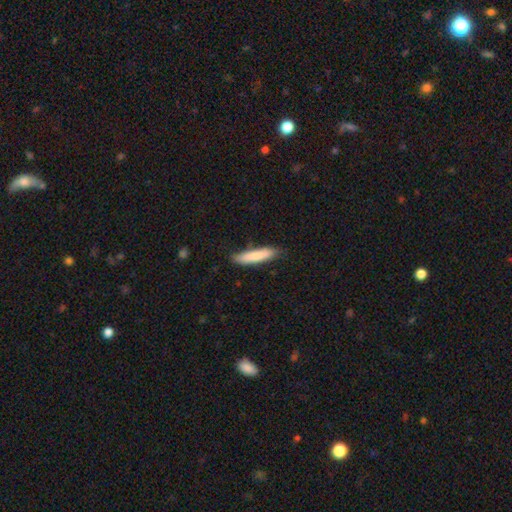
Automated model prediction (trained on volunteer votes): Overall: smooth (82%). How rounded: cigar-shaped (81%). Merging: none (79%).